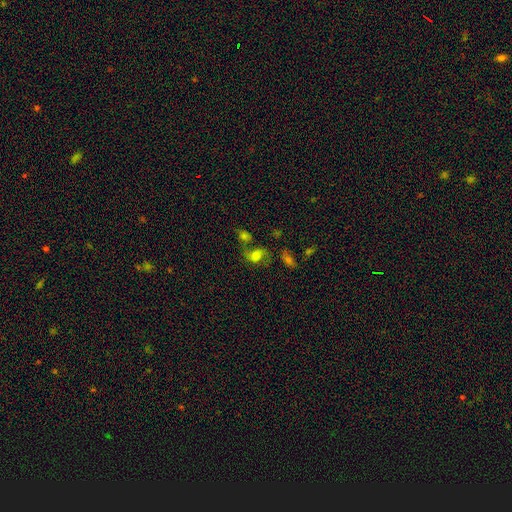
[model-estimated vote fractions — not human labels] Smooth or featured? Predicted: smooth (p=0.49). Merging? Predicted: none (p=0.38).